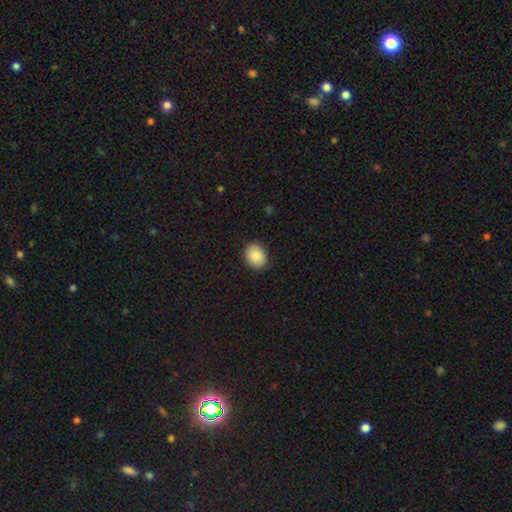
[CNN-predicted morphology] The model was most divided on "how rounded": round: 54%, in between: 45%, cigar-shaped: 1%. More confident: merging — none (89%); smooth or featured — smooth (87%).